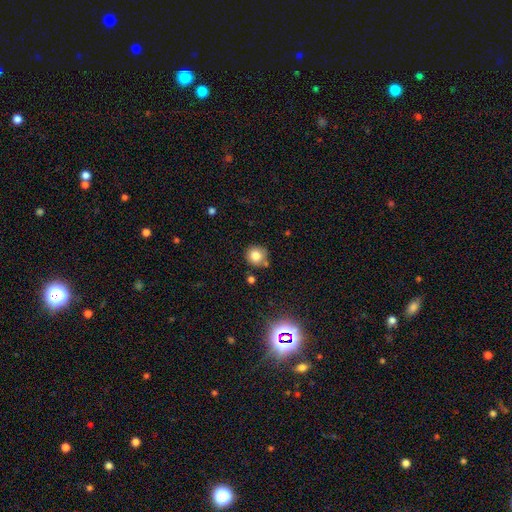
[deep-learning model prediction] Smooth or featured?
  - smooth: 80% *
  - star or artifact: 12%
  - featured or disk: 8%
How rounded?
  - round: 93% *
  - in between: 6%
  - cigar-shaped: 1%
Merging?
  - none: 77% *
  - minor disturbance: 12%
  - merger: 8%
  - major disturbance: 3%